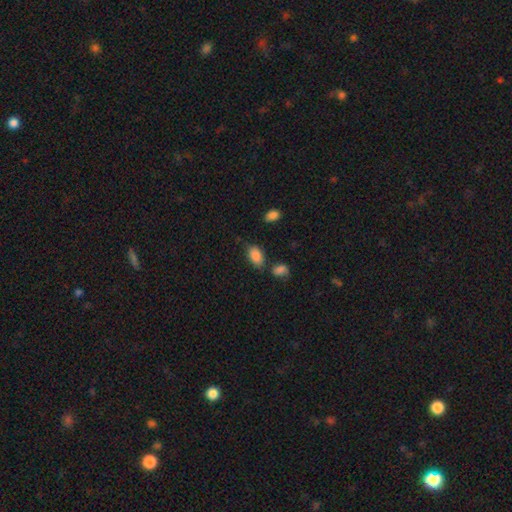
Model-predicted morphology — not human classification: Smooth or featured? Predicted: smooth (p=0.87). How rounded? Predicted: in between (p=0.92). Merging? Predicted: none (p=0.66).